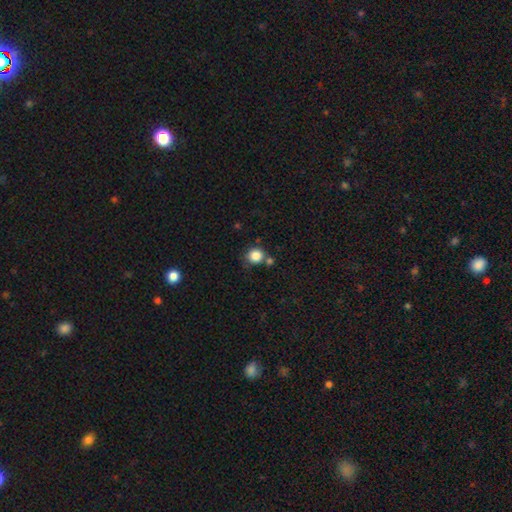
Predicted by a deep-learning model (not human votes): Smooth or featured: smooth — 85% (star or artifact — 11%)
How rounded: round — 90% (in between — 9%)
Merging: none — 68% (merger — 15%)